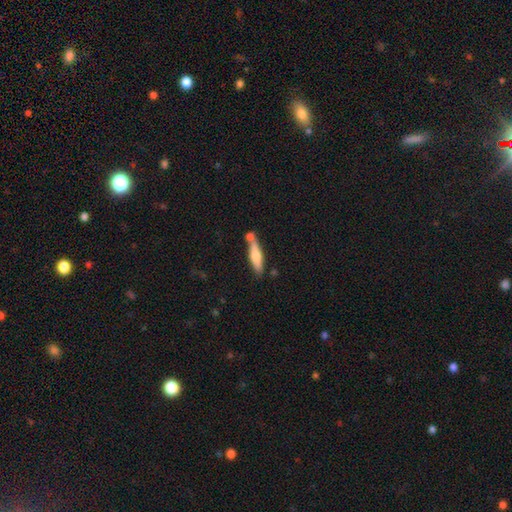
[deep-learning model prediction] Morphology: type=smooth (59%); roundness=cigar-shaped (76%); merging=none (61%).